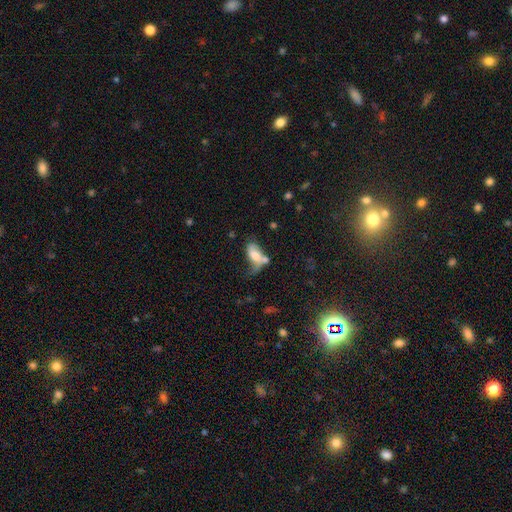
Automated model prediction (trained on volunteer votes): Smooth or featured? smooth (59%)
How rounded? in between (88%)
Merging? merger (36%)